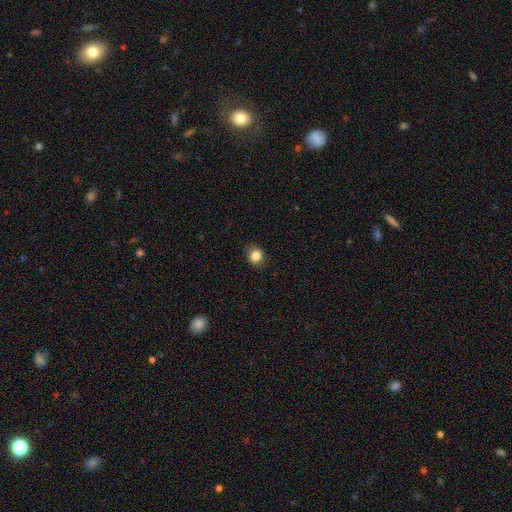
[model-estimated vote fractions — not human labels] Smooth or featured? Predicted: smooth (p=0.85). How rounded? Predicted: round (p=0.76). Merging? Predicted: none (p=0.87).